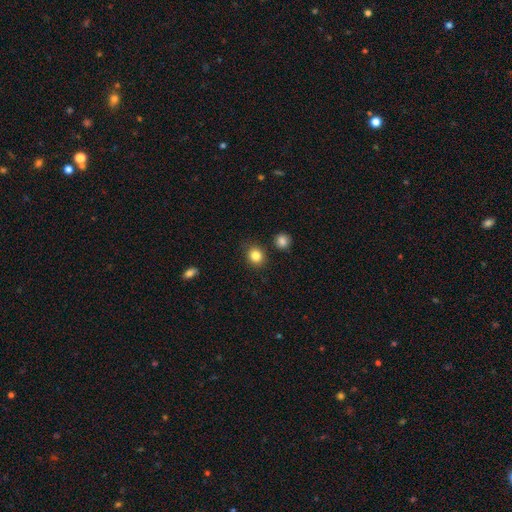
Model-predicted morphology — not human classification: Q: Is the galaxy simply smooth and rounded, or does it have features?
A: smooth — 84%.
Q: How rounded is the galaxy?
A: round — 79%.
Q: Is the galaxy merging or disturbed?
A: none — 84%.